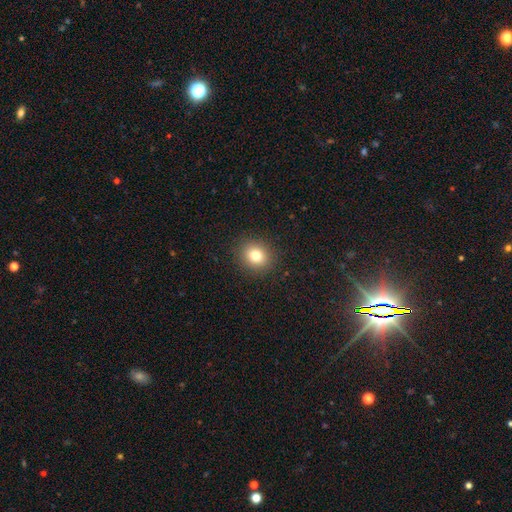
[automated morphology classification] This is likely a smooth galaxy (79%). How rounded: clearly round (82%). Merging: clearly none (91%).